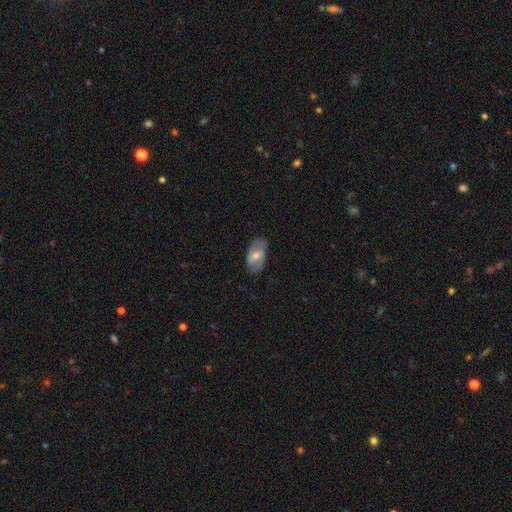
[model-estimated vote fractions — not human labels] Morphology: type=featured or disk (47%); merging=none (77%).